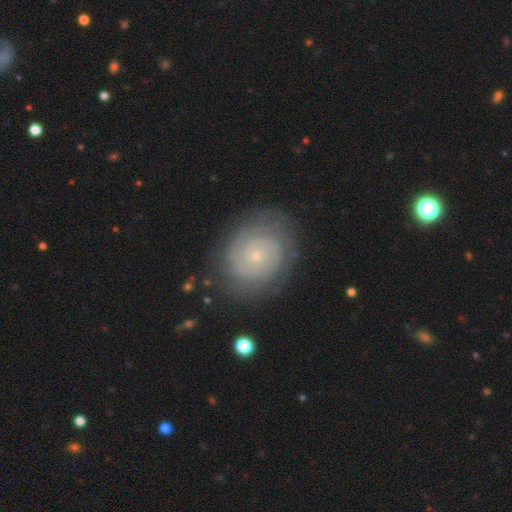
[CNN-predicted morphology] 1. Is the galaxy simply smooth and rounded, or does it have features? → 72% featured or disk, 20% smooth, 8% star or artifact.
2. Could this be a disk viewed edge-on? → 97% no, 3% yes.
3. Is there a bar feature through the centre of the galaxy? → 83% no, 15% weak, 3% strong.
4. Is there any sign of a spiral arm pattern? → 89% yes, 11% no.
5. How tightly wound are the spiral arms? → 78% tight, 17% medium, 5% loose.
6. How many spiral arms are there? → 42% can't tell, 28% 2, 12% 3, 7% 4, 6% more than 4, 5% 1.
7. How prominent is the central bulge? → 85% small, 10% moderate, 2% none, 1% large, 1% dominant.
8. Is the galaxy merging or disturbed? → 80% none, 13% minor disturbance, 5% major disturbance, 1% merger.